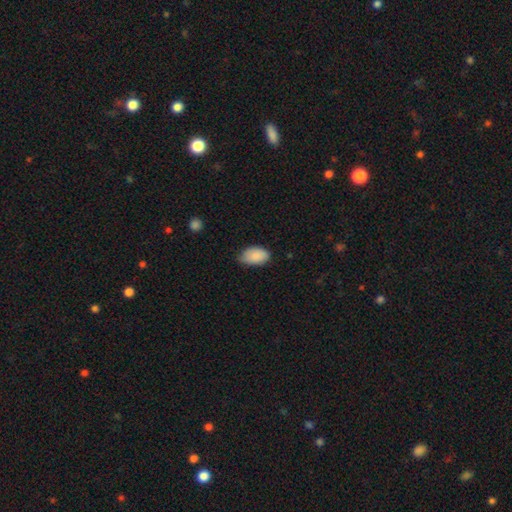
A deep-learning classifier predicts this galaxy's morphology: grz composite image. It shows a smooth galaxy with no disk features (89%) that is in between round and cigar-shaped (93%). Merging: none (68%).